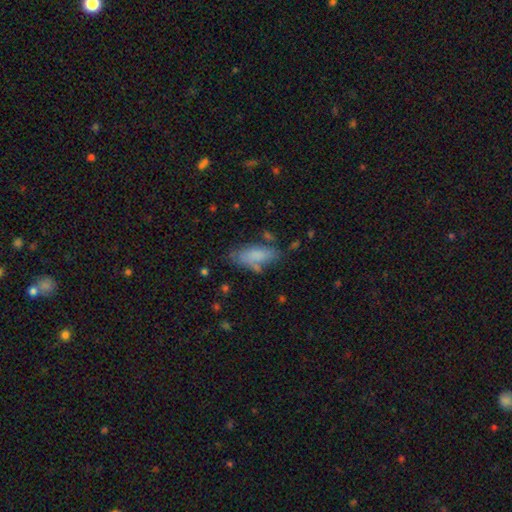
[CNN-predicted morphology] Smooth or featured? smooth (79%)
How rounded? in between (78%)
Merging? none (61%)